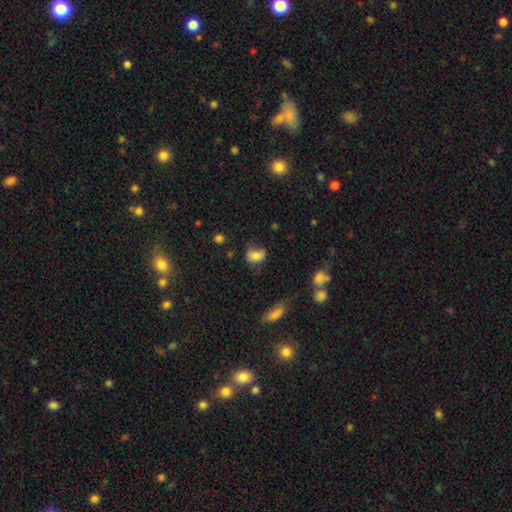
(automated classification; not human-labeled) smooth_or_featured: smooth (p=0.77) [alt: featured or disk p=0.12]
how_rounded: in between (p=0.60) [alt: round p=0.38]
merging: none (p=0.46) [alt: minor disturbance p=0.33]